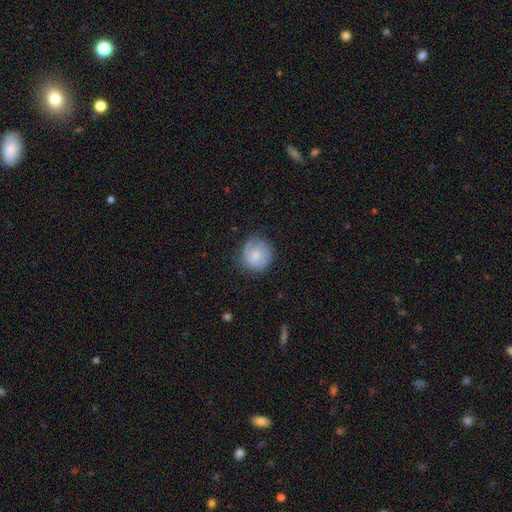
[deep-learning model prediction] smooth-or-featured: smooth: 60% | featured or disk: 33% | star or artifact: 7%
  how-rounded: round: 88% | in between: 11% | cigar-shaped: 1%
  merging: none: 66% | minor disturbance: 25% | major disturbance: 8% | merger: 1%